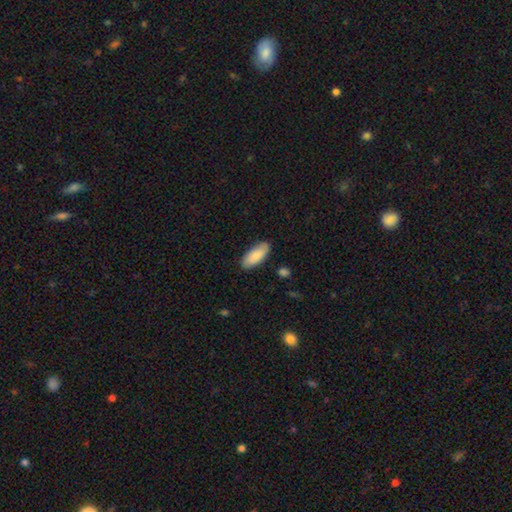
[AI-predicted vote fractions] Smooth or featured? Predicted: smooth (p=0.83). How rounded? Predicted: in between (p=0.85). Merging? Predicted: none (p=0.85).